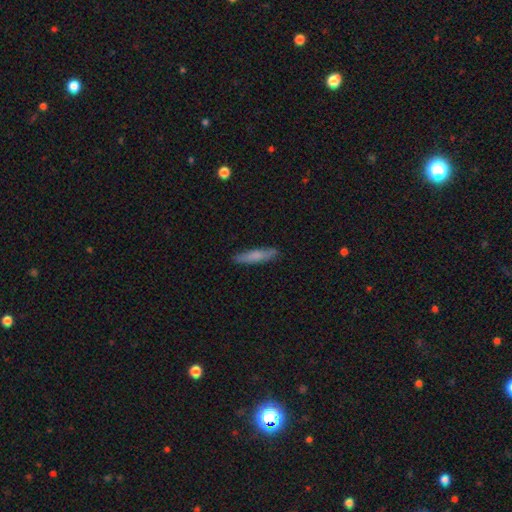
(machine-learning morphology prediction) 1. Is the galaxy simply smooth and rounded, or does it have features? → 72% smooth, 22% featured or disk, 6% star or artifact.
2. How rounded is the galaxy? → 84% cigar-shaped, 14% in between, 2% round.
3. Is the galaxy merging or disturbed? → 87% none, 10% minor disturbance, 2% major disturbance, 1% merger.